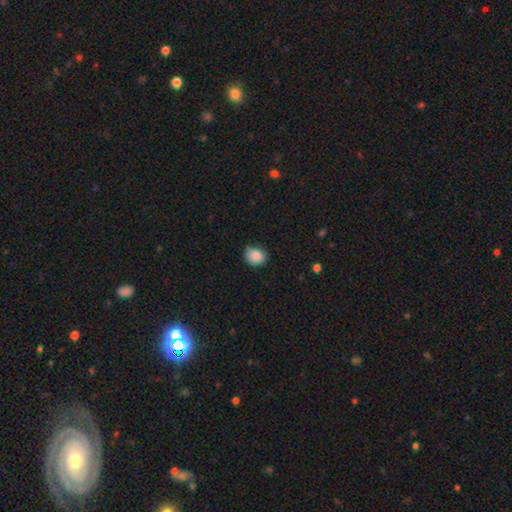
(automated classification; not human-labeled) Morphology: type=smooth (87%); roundness=round (63%); merging=none (68%).